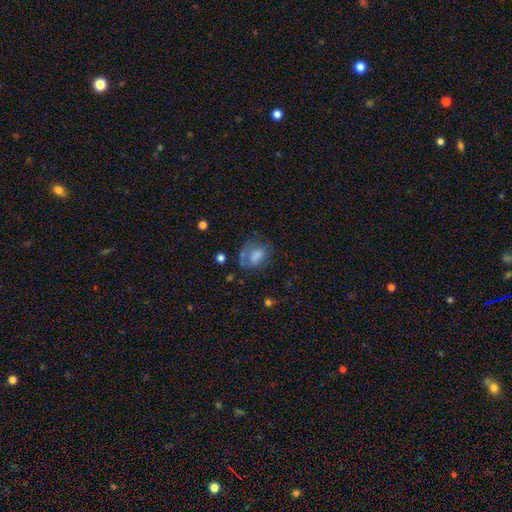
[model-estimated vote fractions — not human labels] The model was most divided on "merging": none: 44%, minor disturbance: 25%, major disturbance: 24%, merger: 7%. More confident: how rounded — in between (67%); smooth or featured — smooth (65%).